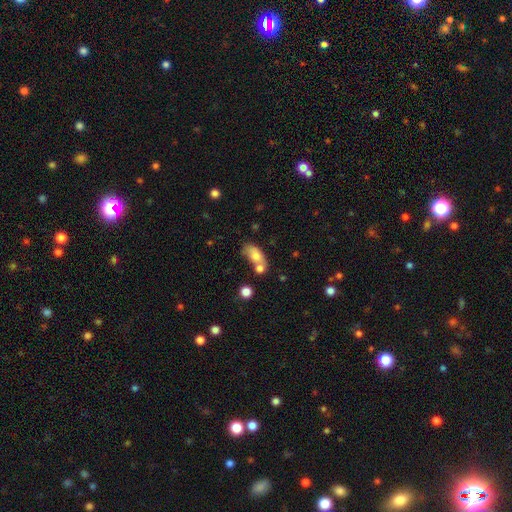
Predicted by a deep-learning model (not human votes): This appears to be a smooth galaxy with no disk features (72%) that is in between round and cigar-shaped (83%). Merging: merger (39%).